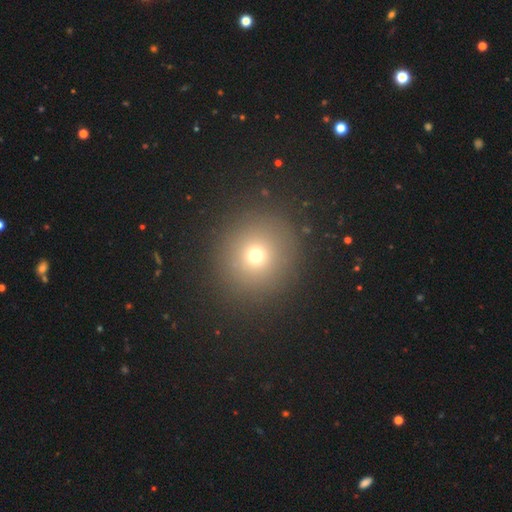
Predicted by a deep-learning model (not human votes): Smooth or featured?
  - smooth: 70% *
  - star or artifact: 21%
  - featured or disk: 10%
How rounded?
  - round: 92% *
  - in between: 7%
  - cigar-shaped: 1%
Merging?
  - none: 89% *
  - minor disturbance: 6%
  - major disturbance: 3%
  - merger: 2%